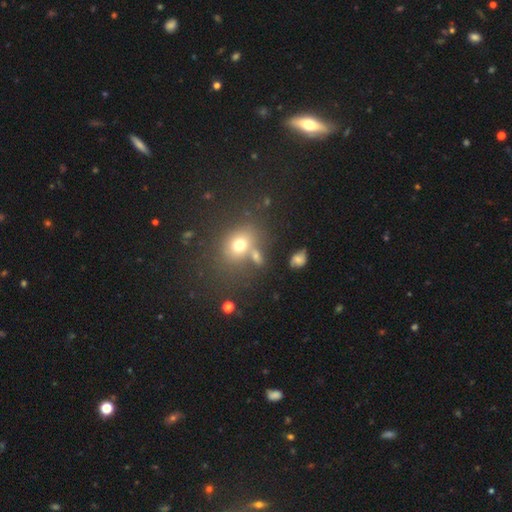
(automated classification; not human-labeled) Smooth or featured?
  - smooth: 69% *
  - star or artifact: 17%
  - featured or disk: 14%
How rounded?
  - round: 50% *
  - in between: 48%
  - cigar-shaped: 2%
Merging?
  - none: 59% *
  - merger: 20%
  - minor disturbance: 13%
  - major disturbance: 7%